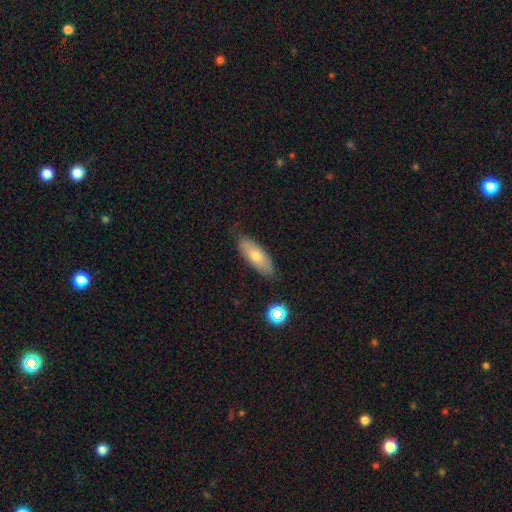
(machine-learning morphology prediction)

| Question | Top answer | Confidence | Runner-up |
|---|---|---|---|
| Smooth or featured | smooth | 67% | featured or disk (25%) |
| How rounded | in between | 69% | cigar-shaped (28%) |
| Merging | none | 80% | minor disturbance (15%) |